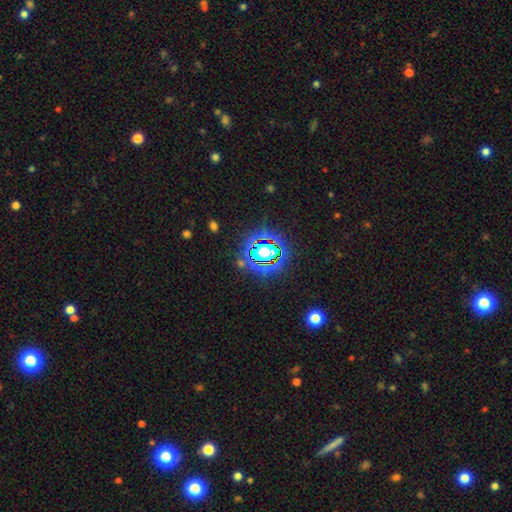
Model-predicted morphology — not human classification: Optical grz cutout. It shows a star or artifact, not a galaxy (78%).